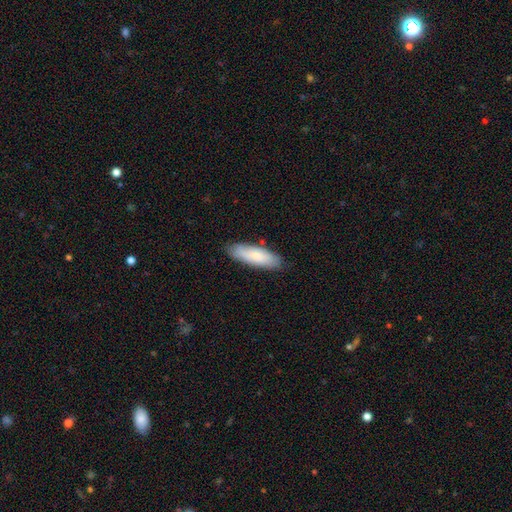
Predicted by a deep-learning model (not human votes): This is likely a smooth galaxy (77%). How rounded: possibly in between (51%). Merging: clearly none (83%).